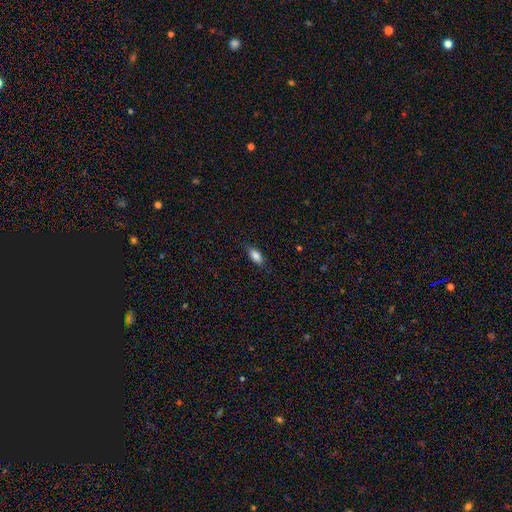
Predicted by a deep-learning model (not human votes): A smooth galaxy with no disk features (83%) that is in between round and cigar-shaped (84%). Merging: none (80%).